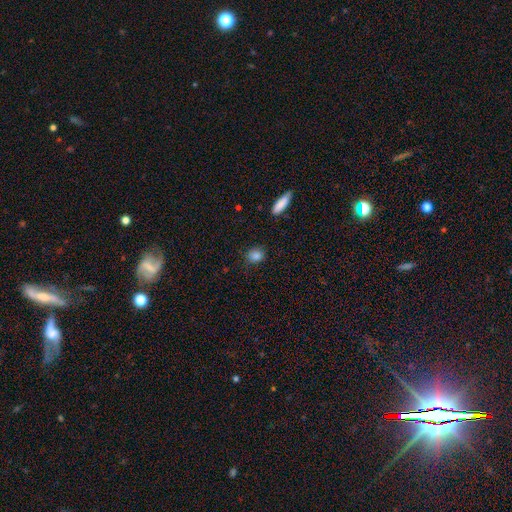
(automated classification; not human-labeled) smooth-or-featured: smooth: 86% | star or artifact: 10% | featured or disk: 5%
  how-rounded: round: 69% | in between: 28% | cigar-shaped: 2%
  merging: none: 84% | minor disturbance: 12% | major disturbance: 3% | merger: 2%